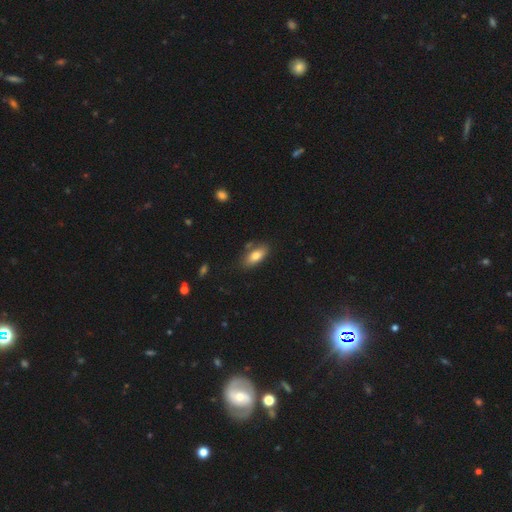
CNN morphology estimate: A smooth galaxy with no disk features (78%) that is in between round and cigar-shaped (86%).

Vote fractions:
- Smooth or featured? smooth: 78% / featured or disk: 15% / star or artifact: 7%
- How rounded? in between: 86% / cigar-shaped: 11% / round: 3%
- Merging? none: 74% / minor disturbance: 16% / merger: 6% / major disturbance: 4%